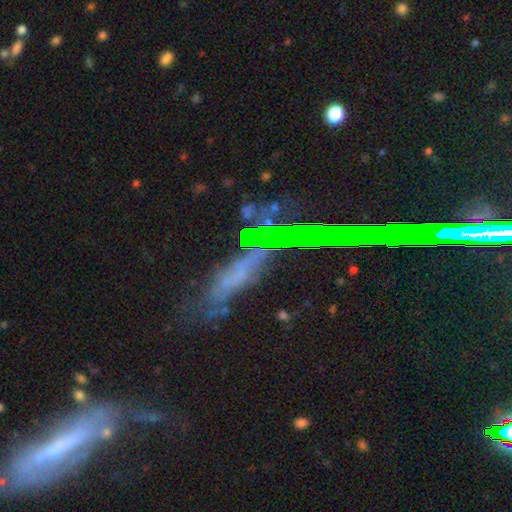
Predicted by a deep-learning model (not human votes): A star or artifact, not a galaxy (42%).

Vote fractions:
- Smooth or featured? star or artifact: 42% / featured or disk: 37% / smooth: 21%